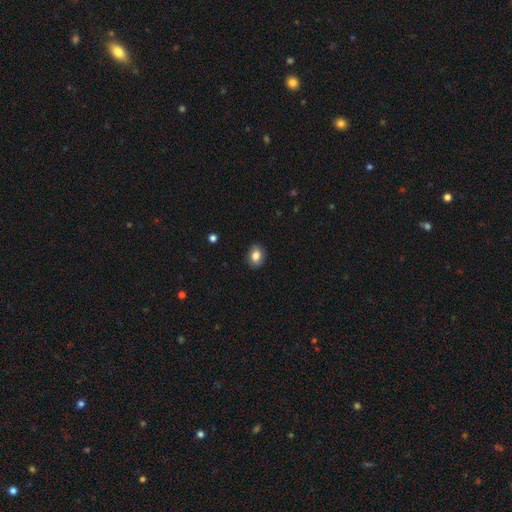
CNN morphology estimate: This is clearly a smooth galaxy (83%). How rounded: possibly in between (56%). Merging: clearly none (88%).